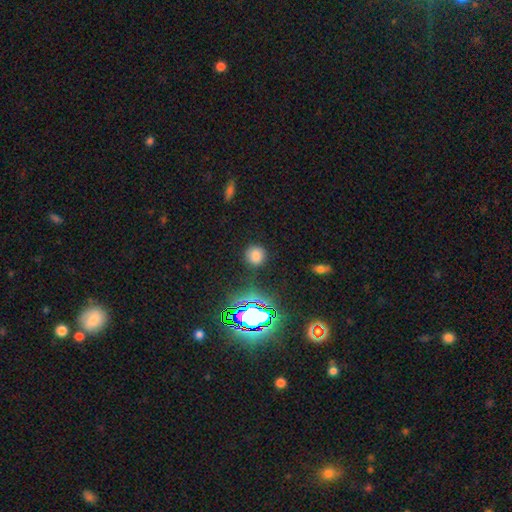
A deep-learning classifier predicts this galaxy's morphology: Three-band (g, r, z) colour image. It shows a smooth galaxy with no disk features (74%) that is round (90%). Merging: none (86%).